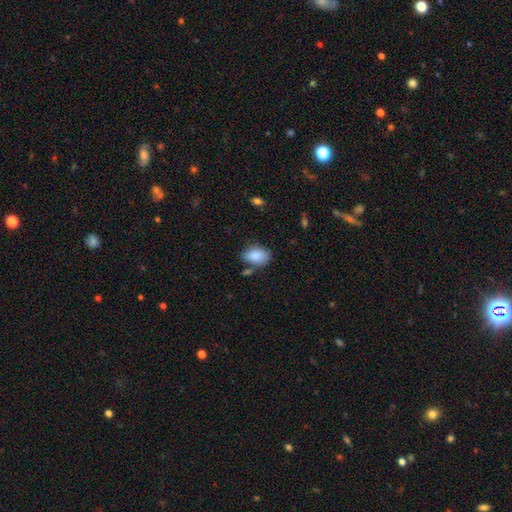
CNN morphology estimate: A smooth galaxy with no disk features (86%) that is in between round and cigar-shaped (88%).

Vote fractions:
- Smooth or featured? smooth: 86% / star or artifact: 7% / featured or disk: 7%
- How rounded? in between: 88% / round: 11% / cigar-shaped: 1%
- Merging? none: 67% / minor disturbance: 20% / merger: 9% / major disturbance: 5%